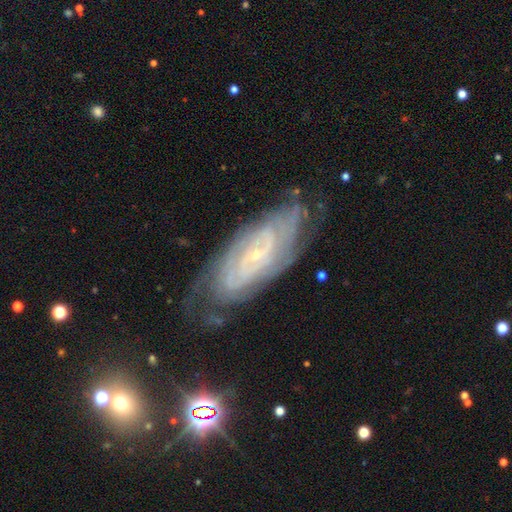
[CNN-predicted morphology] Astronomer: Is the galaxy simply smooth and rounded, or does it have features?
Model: featured or disk — 83%.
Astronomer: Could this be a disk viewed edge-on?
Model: no — 91%.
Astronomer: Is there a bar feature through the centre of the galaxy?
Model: no — 53% (runner-up: weak, 34%).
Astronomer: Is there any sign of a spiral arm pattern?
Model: yes — 94%.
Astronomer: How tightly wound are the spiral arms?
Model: tight — 72%.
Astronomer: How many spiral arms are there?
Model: can't tell — 45% (runner-up: 2, 21%).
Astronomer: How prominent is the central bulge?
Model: small — 84%.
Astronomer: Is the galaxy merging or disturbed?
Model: none — 71%.